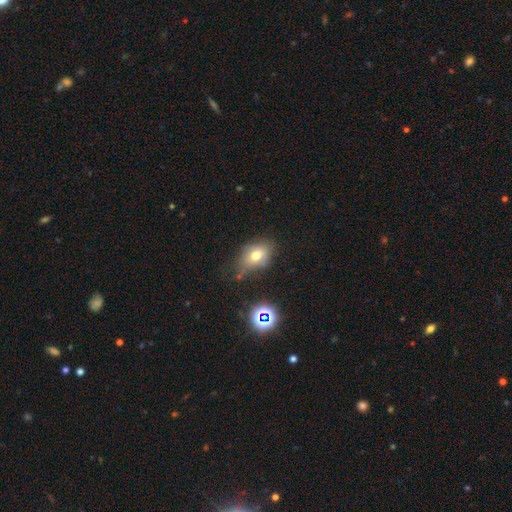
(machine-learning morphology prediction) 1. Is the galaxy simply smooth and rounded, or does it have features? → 69% smooth, 16% featured or disk, 15% star or artifact.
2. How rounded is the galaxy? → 70% in between, 28% round, 2% cigar-shaped.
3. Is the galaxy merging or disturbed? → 56% none, 28% minor disturbance, 10% major disturbance, 5% merger.